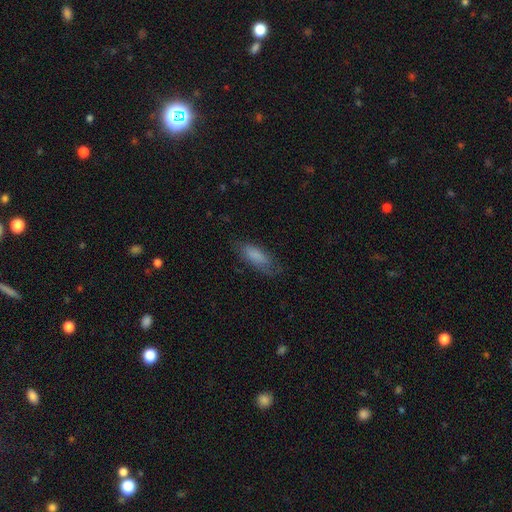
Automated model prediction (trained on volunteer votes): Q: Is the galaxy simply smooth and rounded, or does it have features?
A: smooth — 77%.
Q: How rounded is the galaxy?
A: in between — 68%.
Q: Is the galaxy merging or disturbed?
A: none — 65%.